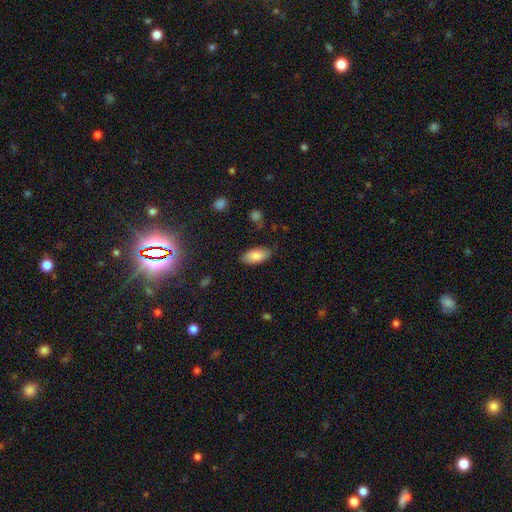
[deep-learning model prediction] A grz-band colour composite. It shows a smooth galaxy with no disk features (82%) that is in between round and cigar-shaped (91%). Merging: none (84%).